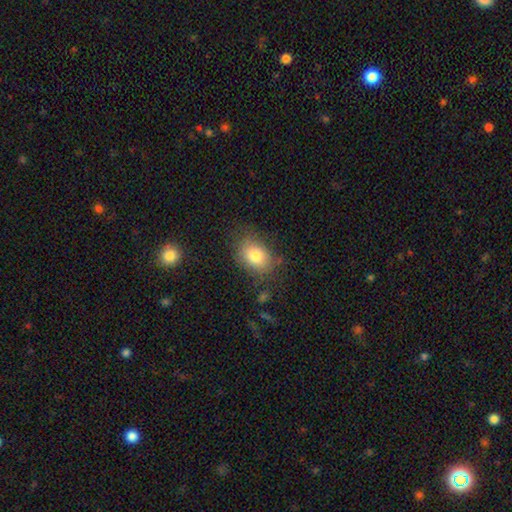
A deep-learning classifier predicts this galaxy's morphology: Smooth or featured: smooth — 80% (featured or disk — 11%)
How rounded: in between — 69% (round — 29%)
Merging: none — 73% (minor disturbance — 18%)